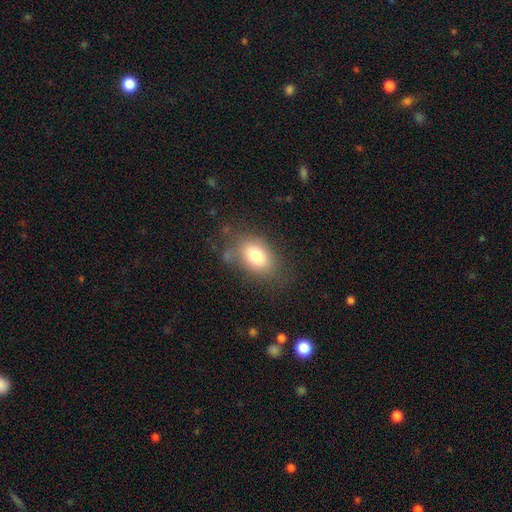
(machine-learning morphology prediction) Overall: smooth (76%). How rounded: in between (82%). Merging: none (67%).